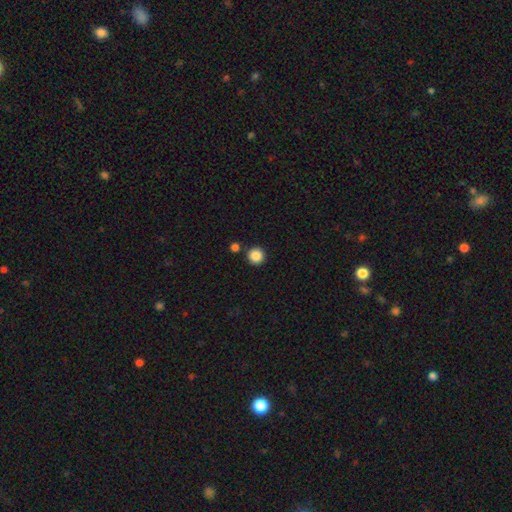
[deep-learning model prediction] Morphology: type=smooth (87%); roundness=round (96%); merging=none (87%).